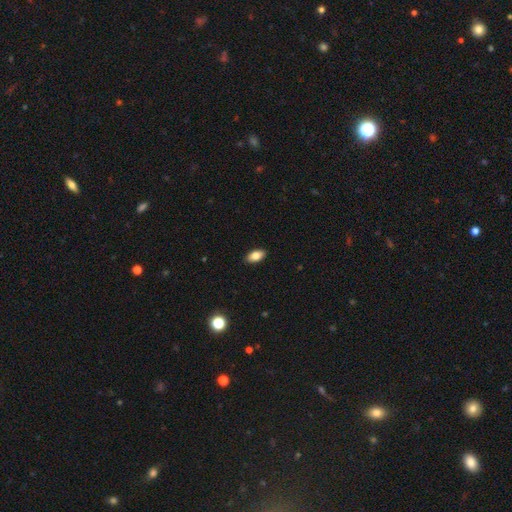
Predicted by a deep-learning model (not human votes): Morphology: type=smooth (83%); roundness=in between (92%); merging=none (90%).